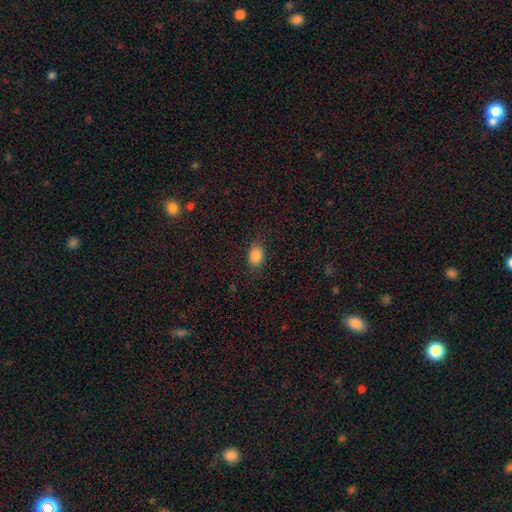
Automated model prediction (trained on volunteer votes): Q: Smooth or featured?
A: smooth (85%); runner-up: star or artifact (10%)
Q: How rounded?
A: in between (77%); runner-up: round (22%)
Q: Merging?
A: none (82%); runner-up: minor disturbance (13%)